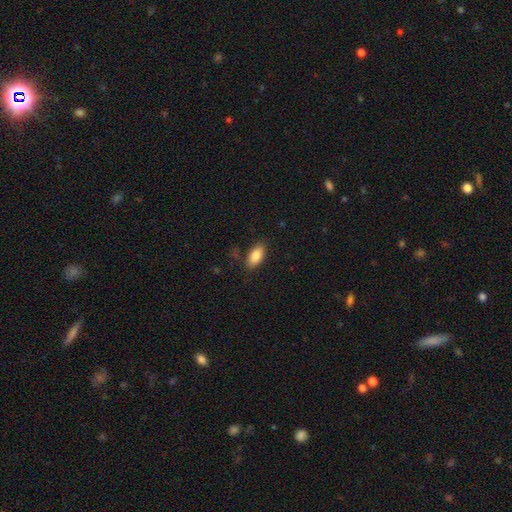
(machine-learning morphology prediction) The model was most divided on "merging": none: 82%, minor disturbance: 13%, major disturbance: 3%, merger: 2%. More confident: how rounded — in between (89%); smooth or featured — smooth (85%).